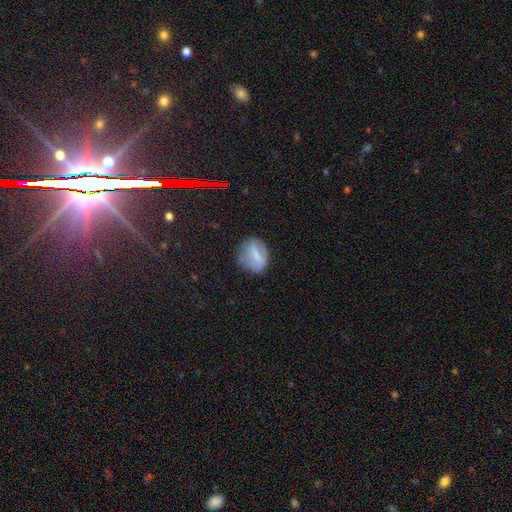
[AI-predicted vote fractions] Overall: smooth (53%; featured or disk 36%). How rounded: round (50%; in between 46%). Merging: none (66%).